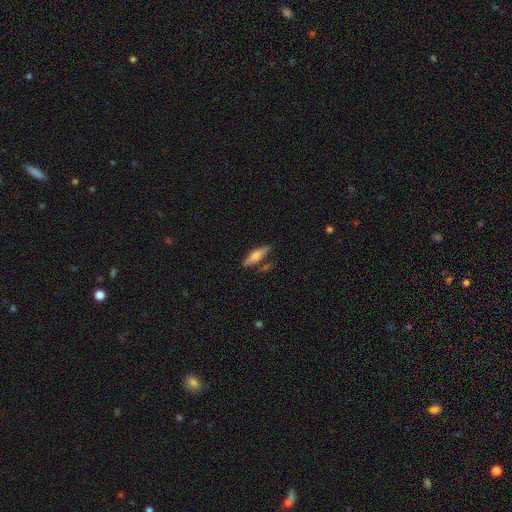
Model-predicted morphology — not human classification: Smooth or featured? smooth (52%)
How rounded? cigar-shaped (67%)
Merging? none (77%)